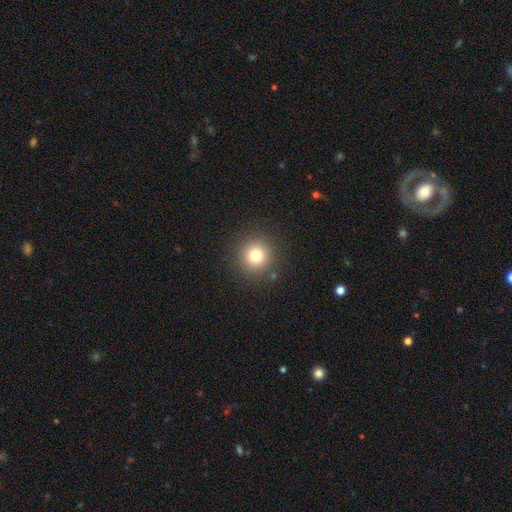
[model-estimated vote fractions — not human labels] This appears to be a smooth galaxy with no disk features (78%) that is round (94%). Merging: none (89%).